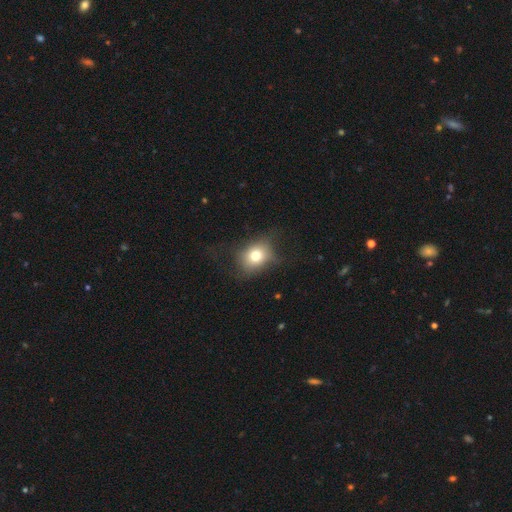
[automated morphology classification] type=smooth (71%); roundness=round (55%); merging=none (60%).